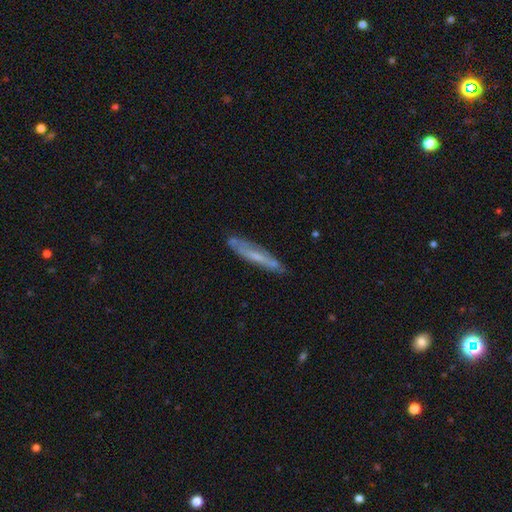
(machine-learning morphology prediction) A featured or disk galaxy (52%) viewed edge-on (63%). Merging: none (71%).